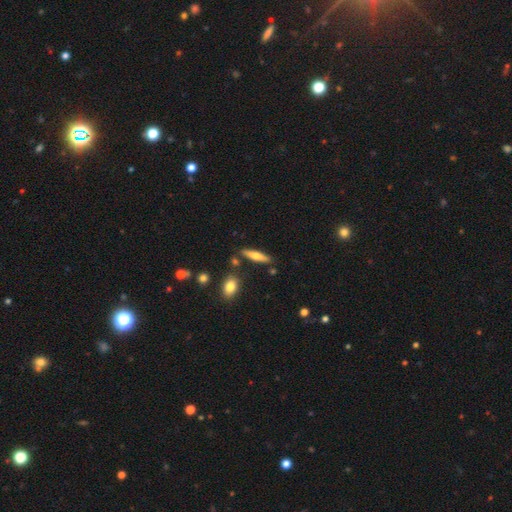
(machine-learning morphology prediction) This appears to be a smooth galaxy with no disk features (54%) that is cigar-shaped (77%). Merging: none (81%).